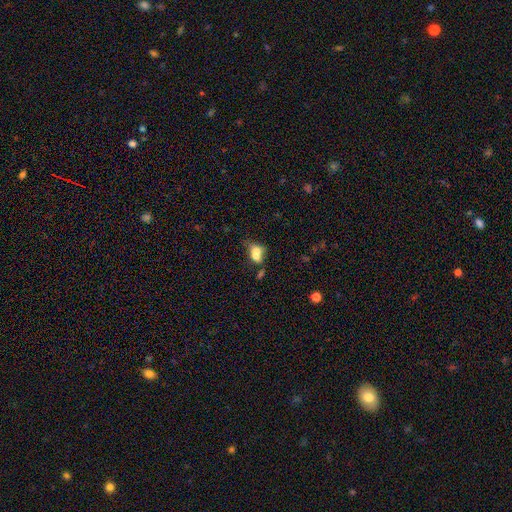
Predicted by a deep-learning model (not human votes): Smooth or featured? smooth (70%)
How rounded? in between (72%)
Merging? merger (52%)